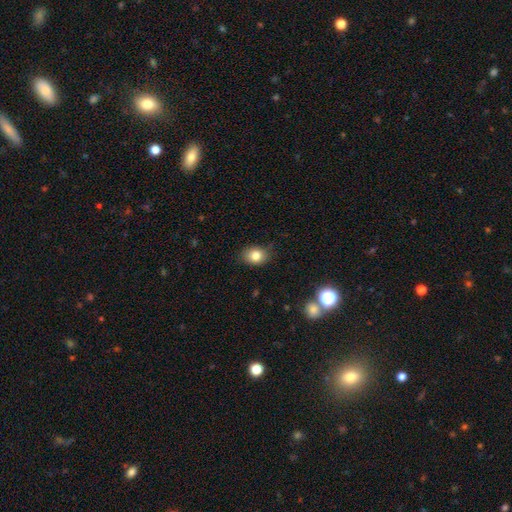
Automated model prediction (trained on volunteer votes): smooth 82%, star or artifact 10%, featured or disk 8%. Down the decision tree: how rounded — in between (52%); merging — none (79%).